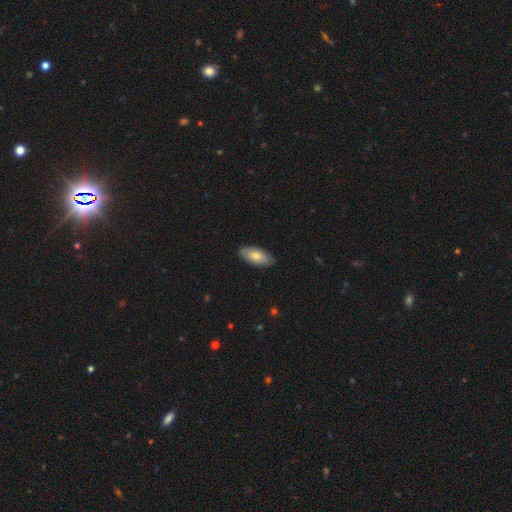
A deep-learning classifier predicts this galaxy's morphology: The model was most divided on "smooth or featured": smooth: 74%, featured or disk: 20%, star or artifact: 5%. More confident: how rounded — in between (90%); merging — none (86%).